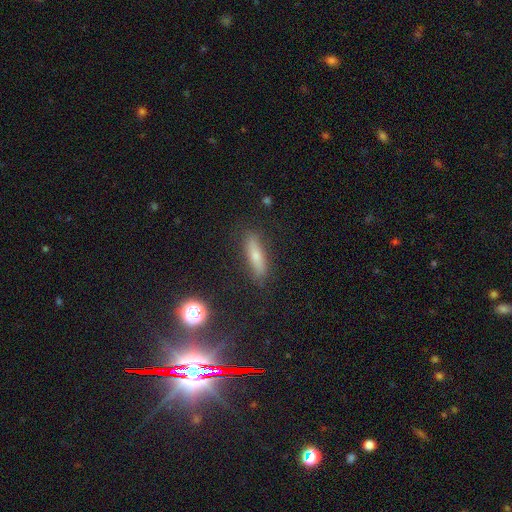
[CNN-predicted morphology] A smooth galaxy with no disk features (56%) that is cigar-shaped (76%). Merging: none (86%).